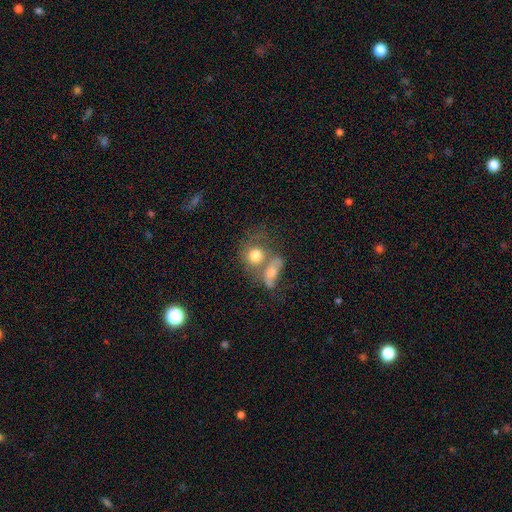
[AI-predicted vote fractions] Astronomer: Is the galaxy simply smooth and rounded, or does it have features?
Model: smooth — 70%.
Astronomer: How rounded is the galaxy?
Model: round — 66%.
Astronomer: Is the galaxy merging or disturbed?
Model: merger — 56%.